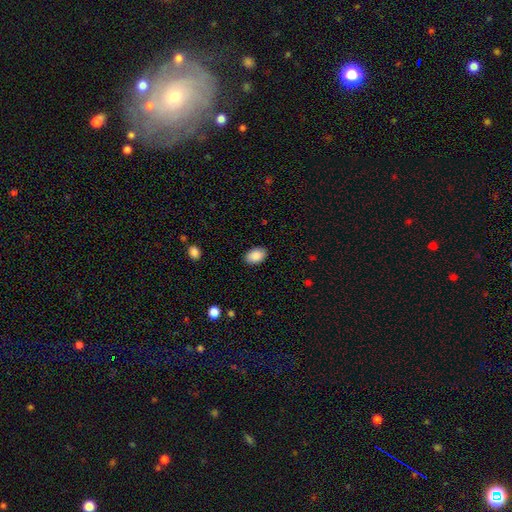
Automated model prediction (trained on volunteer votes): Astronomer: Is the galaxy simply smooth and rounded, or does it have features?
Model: smooth — 90%.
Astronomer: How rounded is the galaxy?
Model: in between — 89%.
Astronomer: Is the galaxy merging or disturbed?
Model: none — 89%.